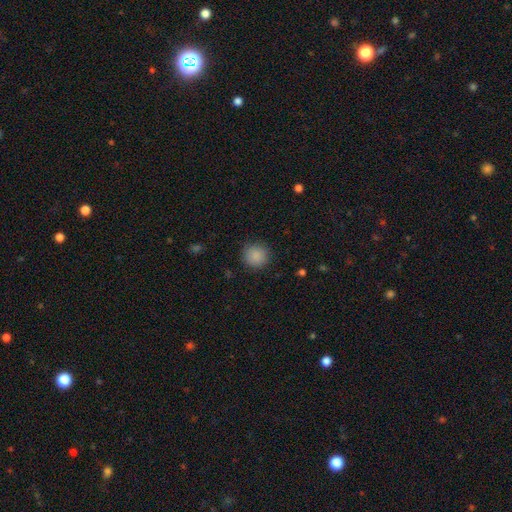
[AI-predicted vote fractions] Overall: smooth (88%). How rounded: round (93%). Merging: none (89%).